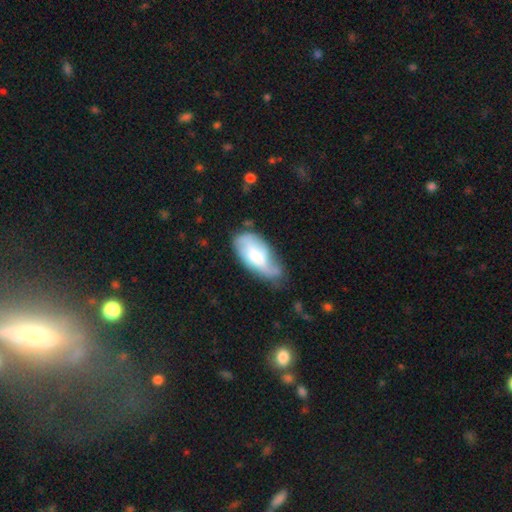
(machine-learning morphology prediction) The model was most divided on "merging": minor disturbance: 38%, none: 36%, major disturbance: 21%, merger: 5%. More confident: how rounded — in between (89%); smooth or featured — smooth (51%).